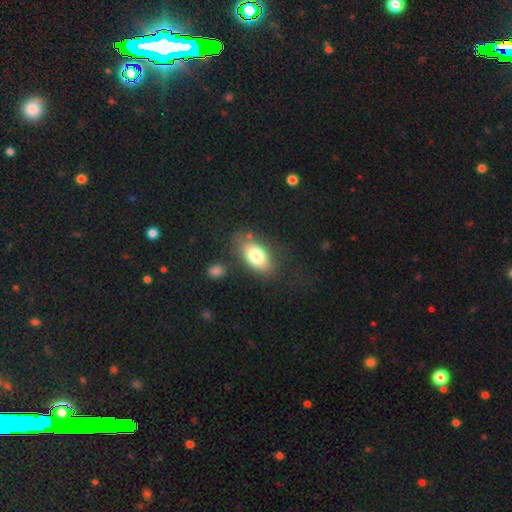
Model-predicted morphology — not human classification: Smooth or featured? smooth (77%)
How rounded? in between (90%)
Merging? none (72%)